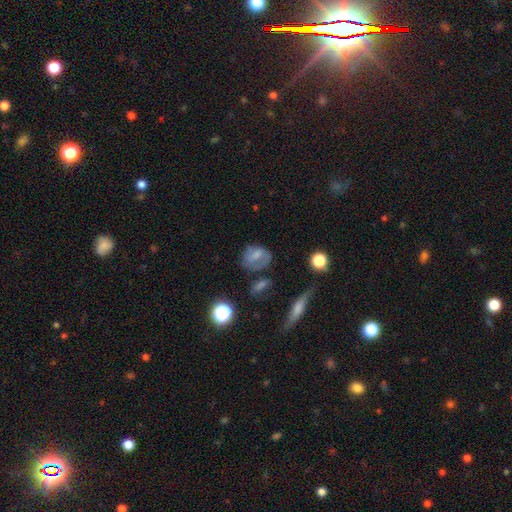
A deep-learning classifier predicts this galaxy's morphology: type=smooth (57%); roundness=in between (53%); merging=none (50%).